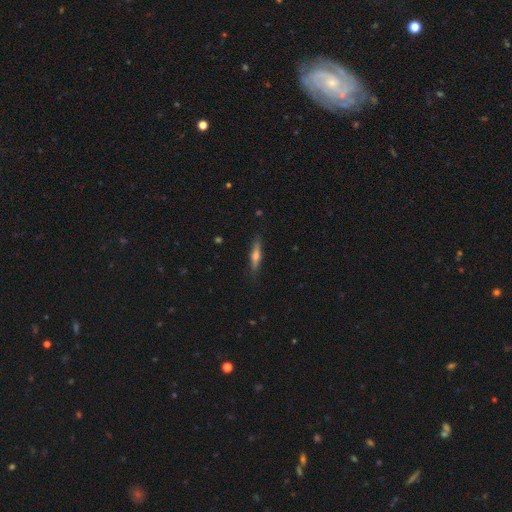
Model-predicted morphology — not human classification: The model was most divided on "smooth or featured": smooth: 48%, featured or disk: 46%, star or artifact: 6%. More confident: merging — none (85%).